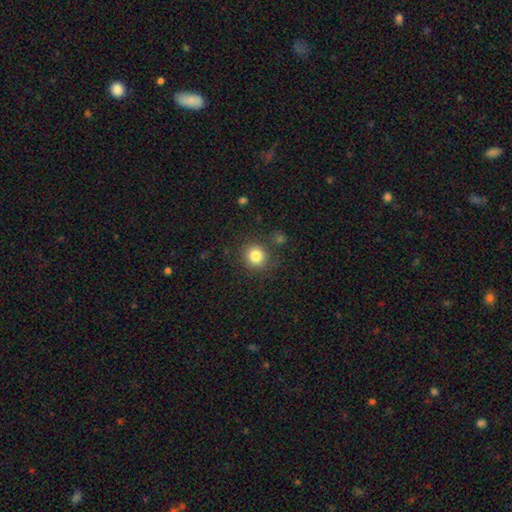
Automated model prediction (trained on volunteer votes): This is clearly a smooth galaxy (83%). How rounded: clearly round (88%). Merging: clearly none (82%).